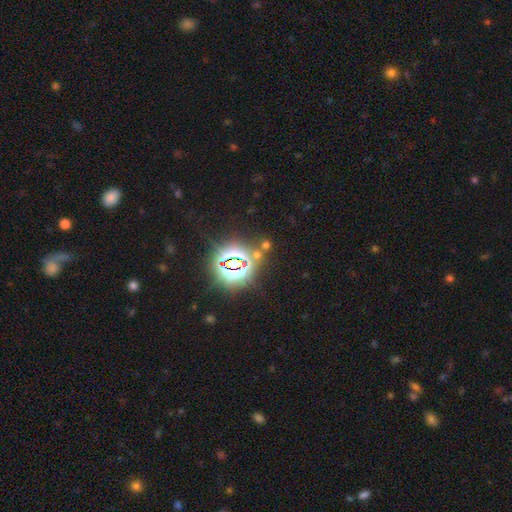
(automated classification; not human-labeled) smooth_or_featured: star or artifact (p=0.78) [alt: smooth p=0.13]